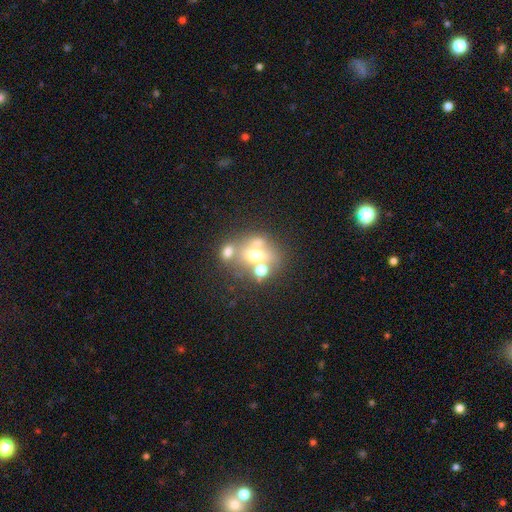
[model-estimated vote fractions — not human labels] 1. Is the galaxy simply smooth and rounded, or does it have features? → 53% smooth, 30% featured or disk, 17% star or artifact.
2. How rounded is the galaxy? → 55% round, 44% in between, 1% cigar-shaped.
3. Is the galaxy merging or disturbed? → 45% merger, 36% none, 11% minor disturbance, 8% major disturbance.